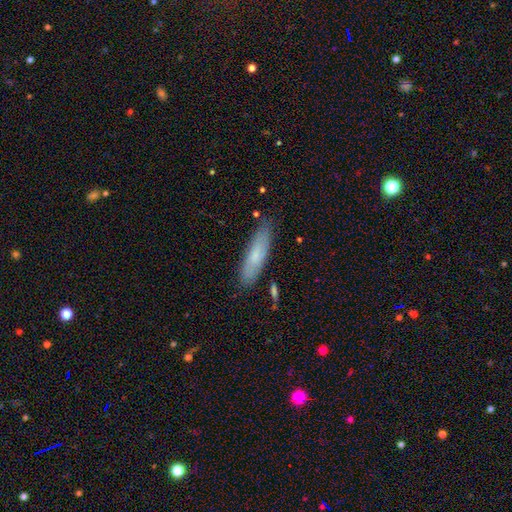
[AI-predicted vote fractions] Smooth or featured? smooth (69%)
How rounded? cigar-shaped (66%)
Merging? none (79%)